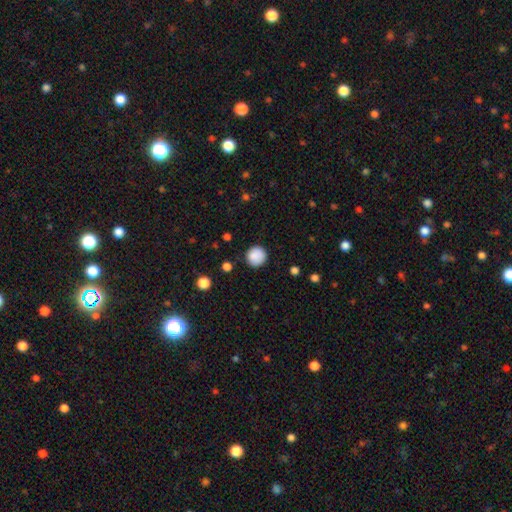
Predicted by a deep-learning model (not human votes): Smooth or featured? smooth (87%)
How rounded? round (93%)
Merging? none (85%)